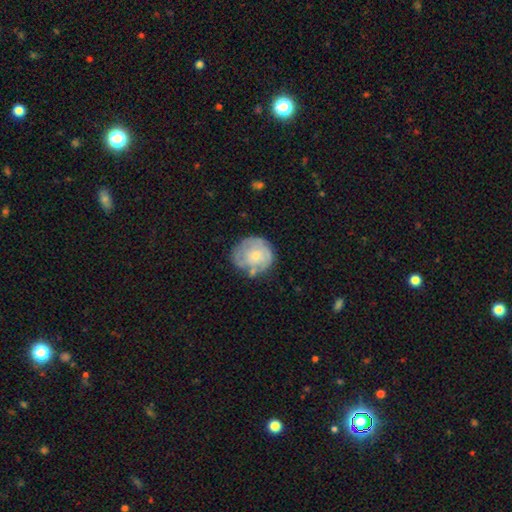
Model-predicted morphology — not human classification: Smooth or featured? featured or disk (48%)
Merging? none (59%)